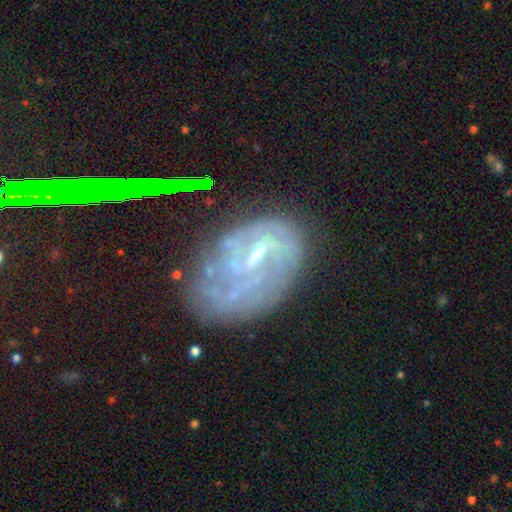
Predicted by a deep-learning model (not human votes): This appears to be a featured or disk galaxy (68%) with a weak bar (50%), spiral arms (70%) and a small central bulge (43%). Merging: none (52%).